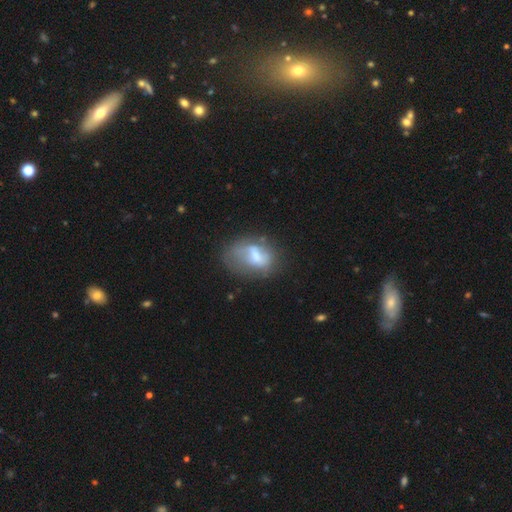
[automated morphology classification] Smooth or featured?
  - smooth: 47% *
  - featured or disk: 44%
  - star or artifact: 9%
Merging?
  - none: 38% *
  - major disturbance: 28%
  - minor disturbance: 27%
  - merger: 7%